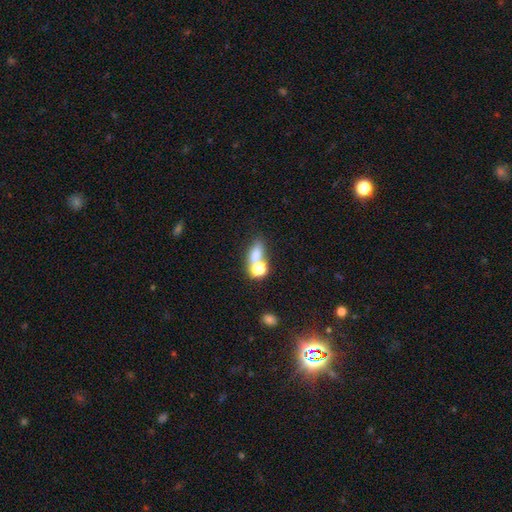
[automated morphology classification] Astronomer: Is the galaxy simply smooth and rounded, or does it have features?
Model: smooth — 68%.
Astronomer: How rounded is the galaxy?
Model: in between — 59%.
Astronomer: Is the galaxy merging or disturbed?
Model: merger — 51% (runner-up: none, 33%).